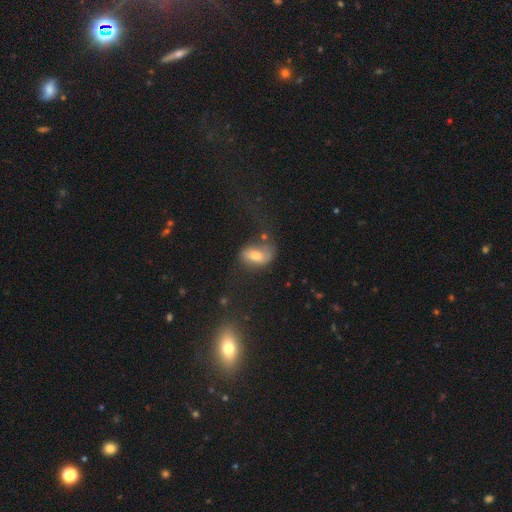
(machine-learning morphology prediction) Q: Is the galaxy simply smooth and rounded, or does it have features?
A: smooth — 55%.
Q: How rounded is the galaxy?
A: in between — 85%.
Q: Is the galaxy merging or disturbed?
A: none — 40%.